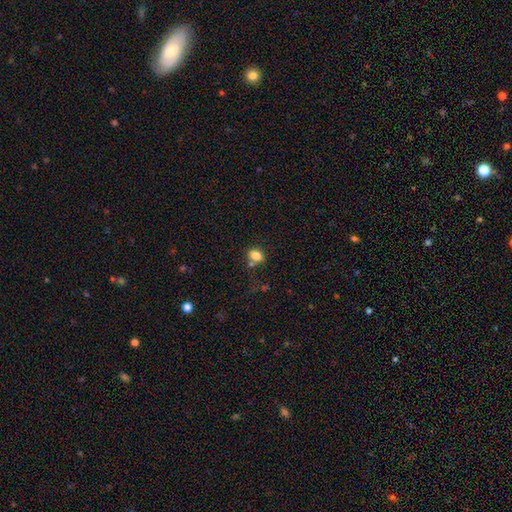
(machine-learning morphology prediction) A smooth galaxy with no disk features (82%) that is in between round and cigar-shaped (69%). Merging: none (65%).